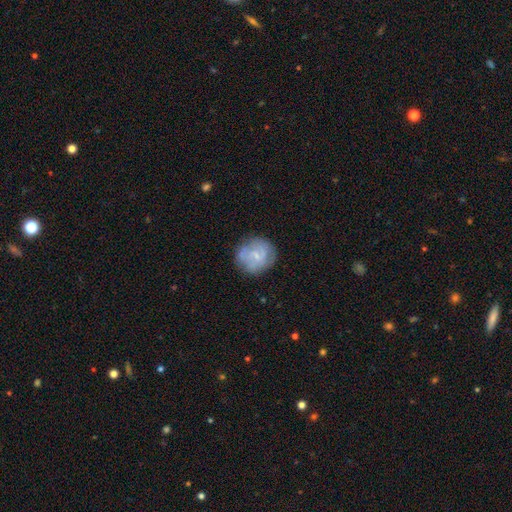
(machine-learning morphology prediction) Smooth or featured?
  - smooth: 47% *
  - featured or disk: 45%
  - star or artifact: 8%
Merging?
  - none: 71% *
  - minor disturbance: 19%
  - major disturbance: 8%
  - merger: 2%